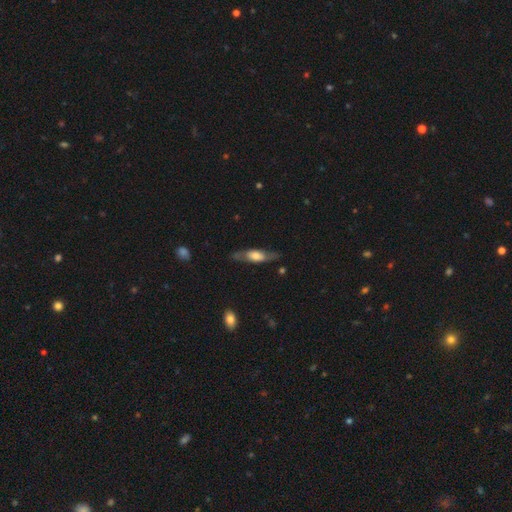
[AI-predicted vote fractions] The model was most divided on "smooth or featured": featured or disk: 53%, smooth: 41%, star or artifact: 6%. More confident: merging — none (75%); edge-on disk — yes (64%).